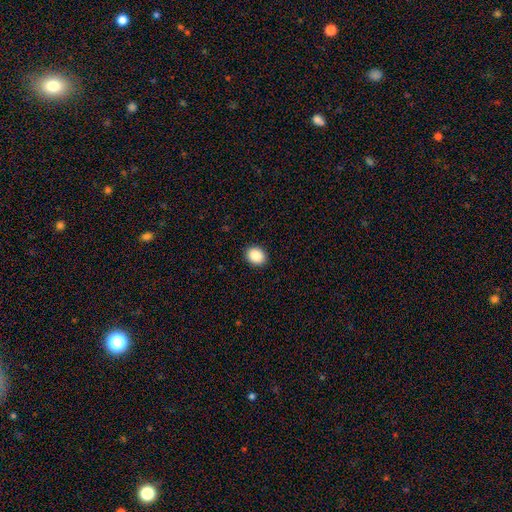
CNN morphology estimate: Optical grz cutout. It shows a smooth galaxy with no disk features (89%) that is round (56%). Merging: none (91%).